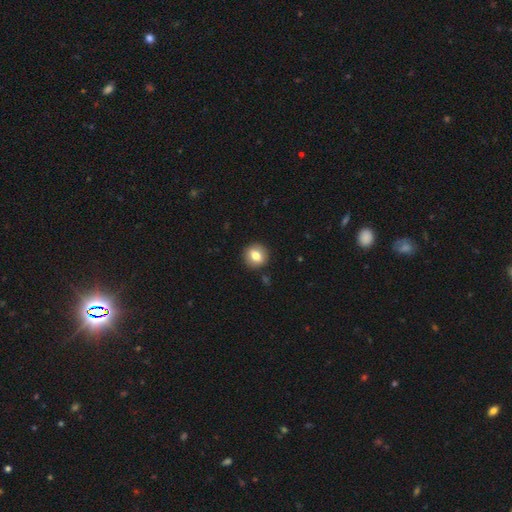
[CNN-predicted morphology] Smooth or featured? Predicted: smooth (p=0.74). How rounded? Predicted: round (p=0.82). Merging? Predicted: none (p=0.90).